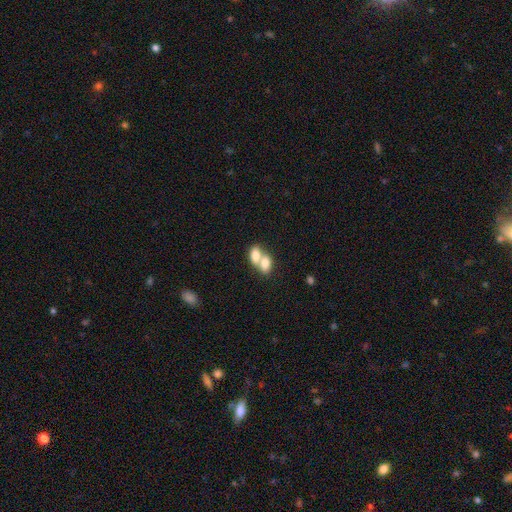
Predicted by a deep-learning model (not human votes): smooth-or-featured: smooth: 76% | featured or disk: 17% | star or artifact: 7%
  how-rounded: in between: 86% | round: 12% | cigar-shaped: 2%
  merging: merger: 75% | none: 17% | minor disturbance: 5% | major disturbance: 3%